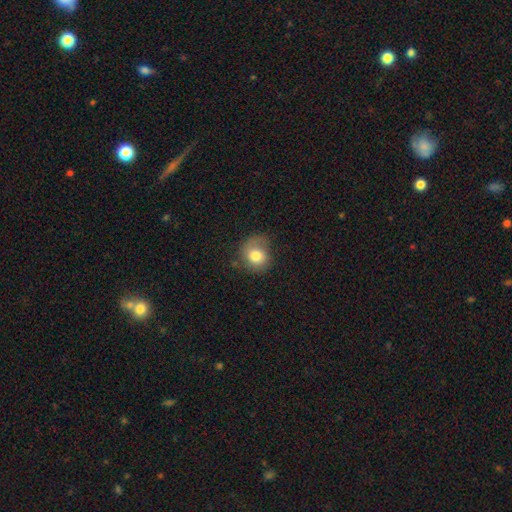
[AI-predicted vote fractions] Overall: smooth (75%). How rounded: round (74%). Merging: none (53%; minor disturbance 29%).